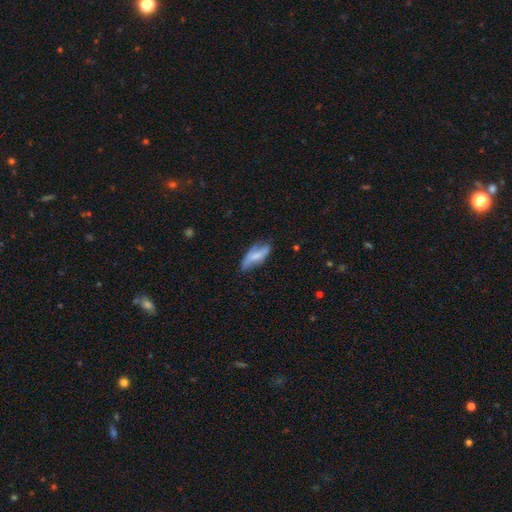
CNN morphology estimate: This appears to be a smooth galaxy with no disk features (52%) that is in between round and cigar-shaped (68%). Merging: none (50%).